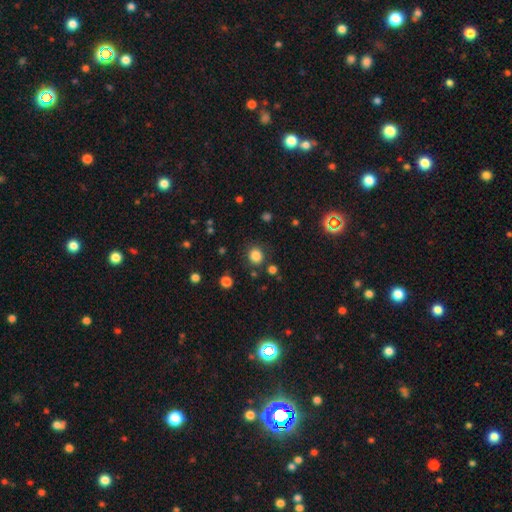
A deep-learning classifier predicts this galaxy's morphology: type=smooth (83%); roundness=round (80%); merging=none (84%).